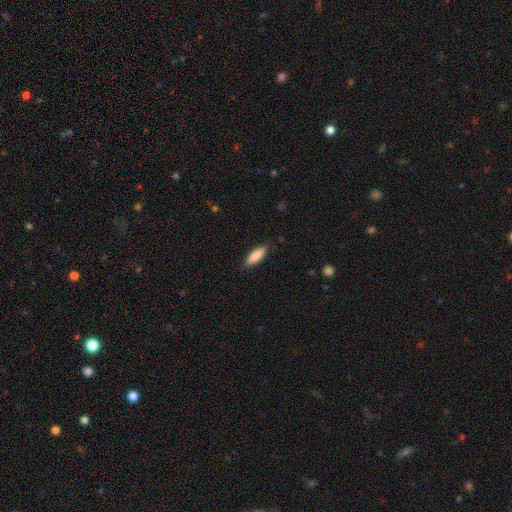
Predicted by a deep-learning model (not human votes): Smooth or featured? Predicted: smooth (p=0.86). How rounded? Predicted: in between (p=0.55). Merging? Predicted: none (p=0.85).